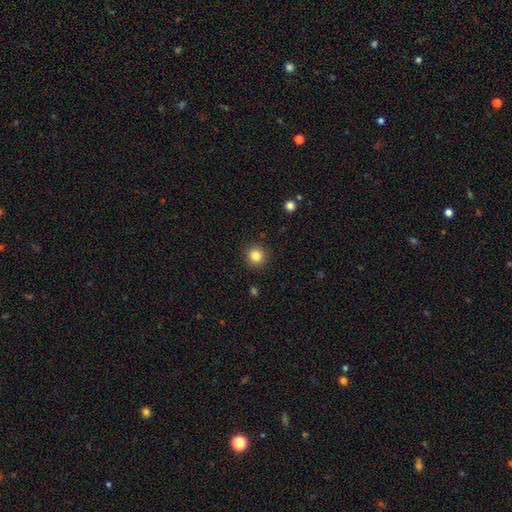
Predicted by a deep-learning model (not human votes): The model was most divided on "smooth or featured": smooth: 84%, star or artifact: 11%, featured or disk: 5%. More confident: how rounded — round (93%); merging — none (91%).